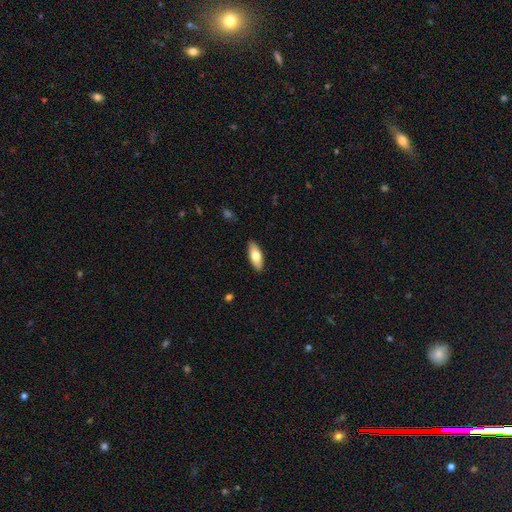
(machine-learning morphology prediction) Overall: smooth (73%). How rounded: in between (77%). Merging: none (89%).